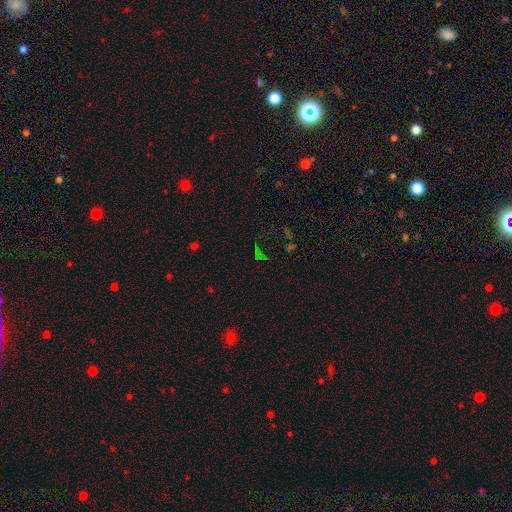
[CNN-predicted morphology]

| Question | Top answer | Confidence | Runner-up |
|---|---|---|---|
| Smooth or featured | star or artifact | 66% | smooth (24%) |